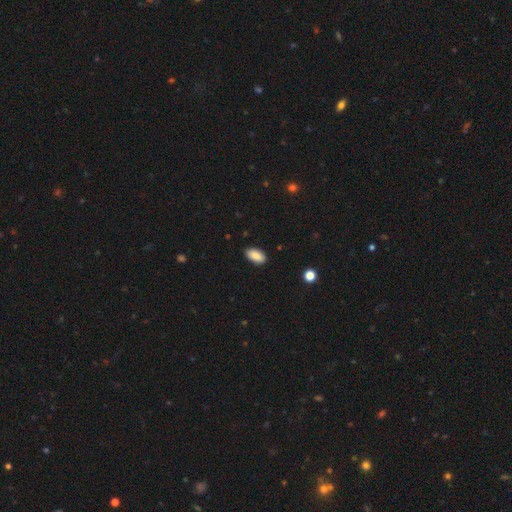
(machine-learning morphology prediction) A smooth galaxy with no disk features (88%) that is in between round and cigar-shaped (94%). Merging: none (88%).